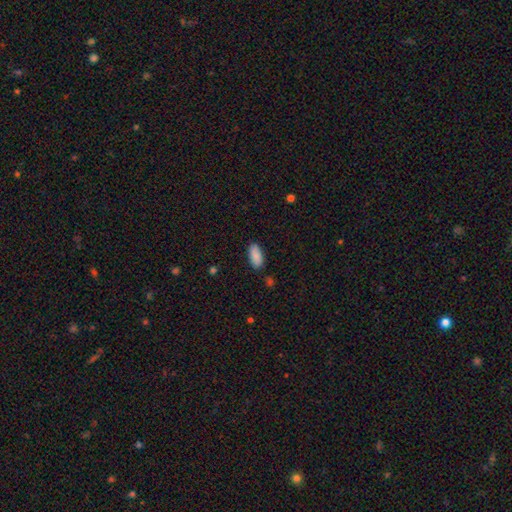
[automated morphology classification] Q: Smooth or featured?
A: smooth (89%); runner-up: star or artifact (7%)
Q: How rounded?
A: in between (90%); runner-up: cigar-shaped (8%)
Q: Merging?
A: none (85%); runner-up: minor disturbance (11%)